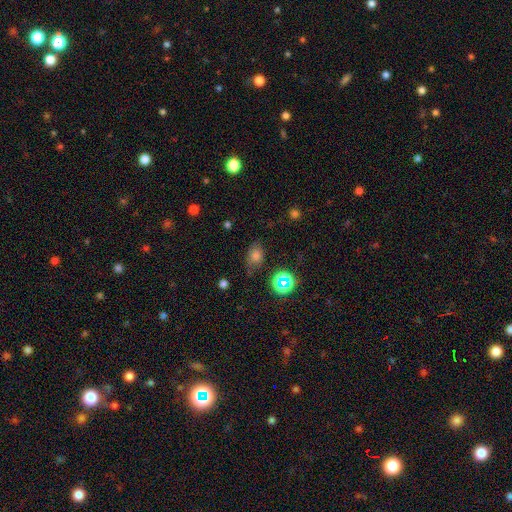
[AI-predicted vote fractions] Overall: smooth (71%). How rounded: in between (73%). Merging: none (64%; minor disturbance 26%).